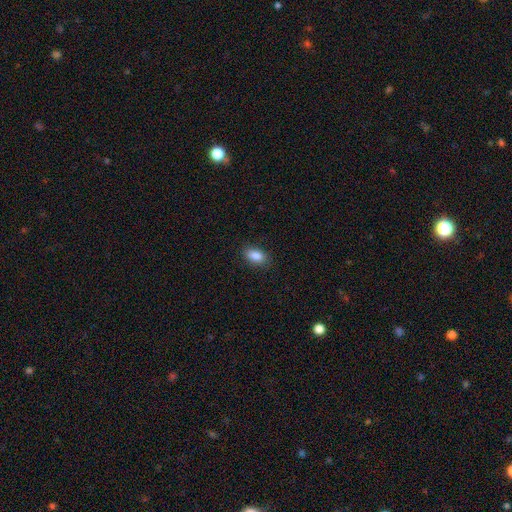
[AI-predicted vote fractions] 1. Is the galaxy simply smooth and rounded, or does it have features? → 87% smooth, 8% star or artifact, 6% featured or disk.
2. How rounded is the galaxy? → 90% in between, 7% round, 3% cigar-shaped.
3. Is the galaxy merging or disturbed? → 86% none, 11% minor disturbance, 2% major disturbance, 1% merger.